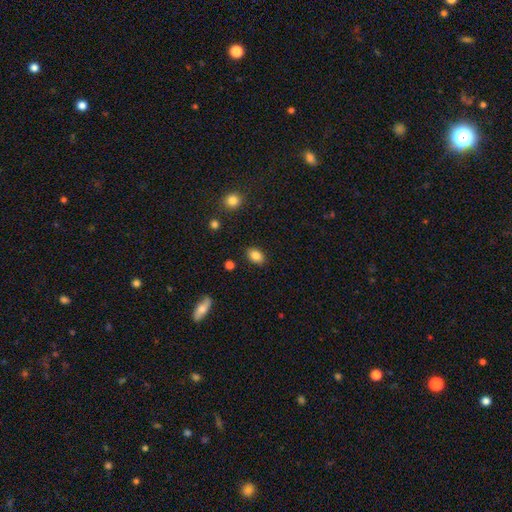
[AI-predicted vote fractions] The model was most divided on "how rounded": in between: 83%, round: 16%, cigar-shaped: 1%. More confident: merging — none (87%); smooth or featured — smooth (84%).